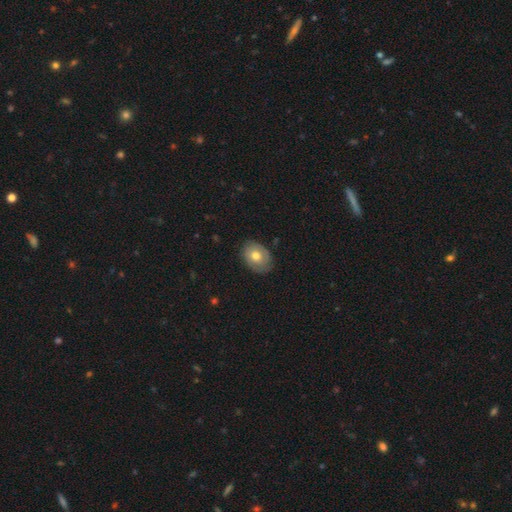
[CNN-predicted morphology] This appears to be a smooth galaxy with no disk features (63%) that is in between round and cigar-shaped (72%). Merging: none (81%).